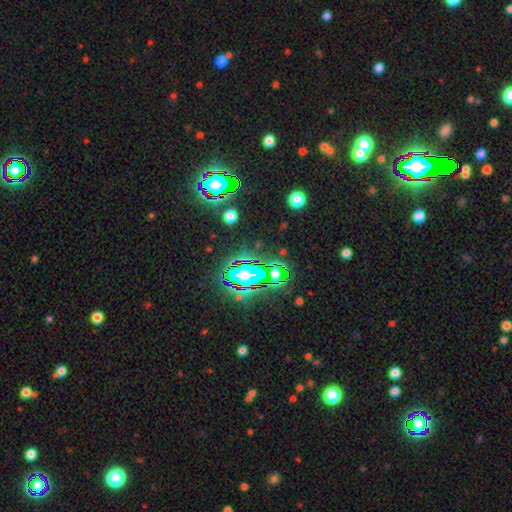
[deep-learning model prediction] smooth_or_featured: star or artifact (p=0.81) [alt: smooth p=0.11]